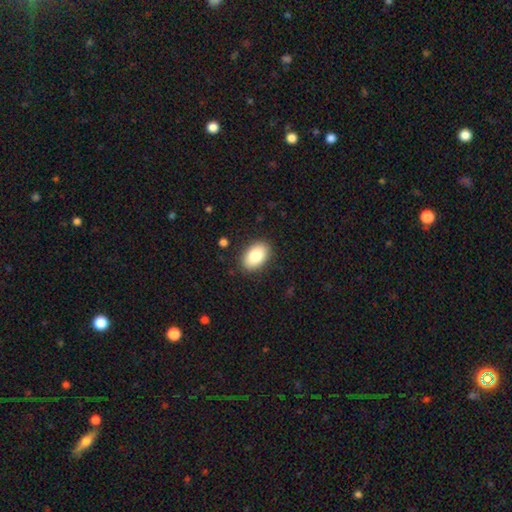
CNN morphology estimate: smooth_or_featured: smooth (p=0.82) [alt: featured or disk p=0.11]
how_rounded: in between (p=0.90) [alt: round p=0.09]
merging: none (p=0.88) [alt: minor disturbance p=0.09]